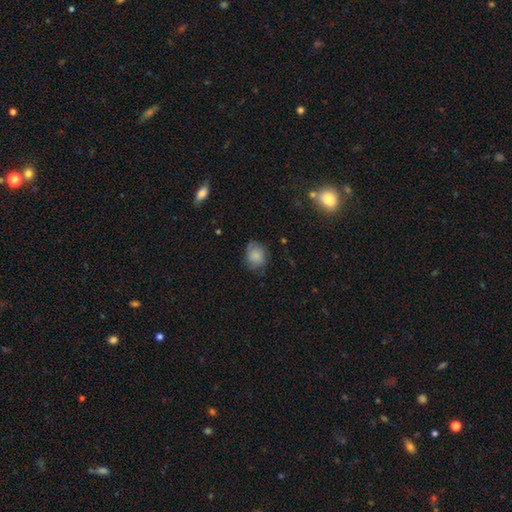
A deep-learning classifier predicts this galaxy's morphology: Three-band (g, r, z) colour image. It shows a smooth galaxy with no disk features (79%) that is round (60%). Merging: none (66%).